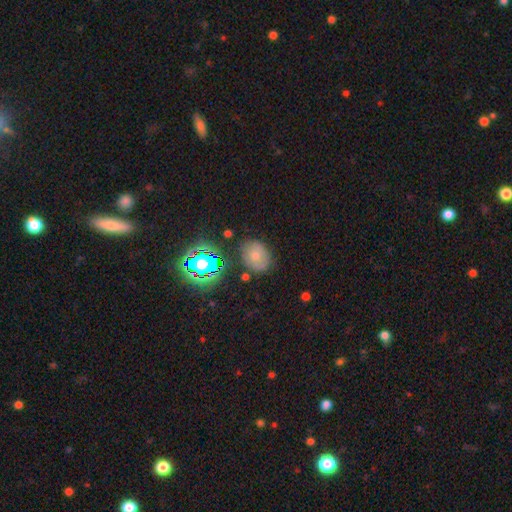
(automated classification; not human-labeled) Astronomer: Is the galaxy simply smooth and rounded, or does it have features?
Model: smooth — 61%.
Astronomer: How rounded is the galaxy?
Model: in between — 51% (runner-up: round, 48%).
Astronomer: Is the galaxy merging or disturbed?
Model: none — 75%.